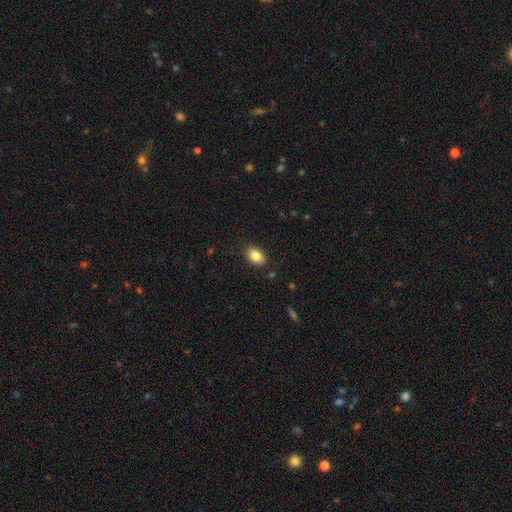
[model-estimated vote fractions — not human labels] Smooth or featured? smooth (85%)
How rounded? in between (84%)
Merging? none (86%)